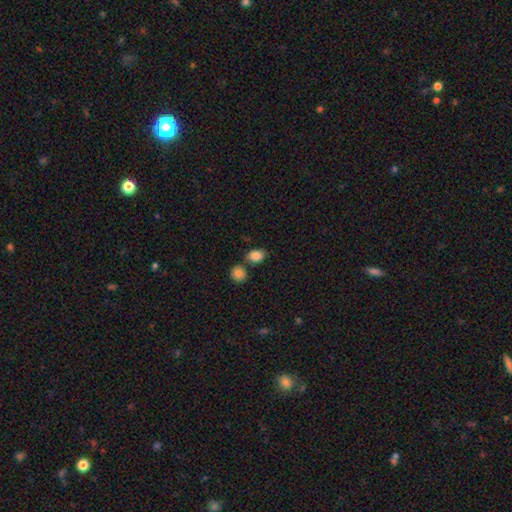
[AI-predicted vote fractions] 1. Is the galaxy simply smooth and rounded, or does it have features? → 86% smooth, 9% star or artifact, 5% featured or disk.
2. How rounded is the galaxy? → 68% in between, 30% round, 1% cigar-shaped.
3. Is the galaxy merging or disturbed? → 64% none, 20% merger, 13% minor disturbance, 4% major disturbance.